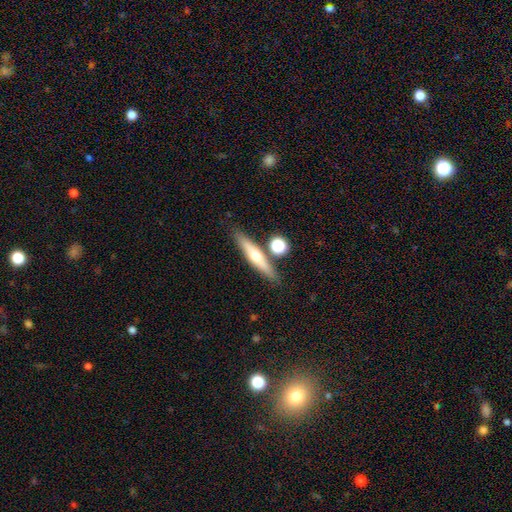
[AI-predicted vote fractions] smooth-or-featured: featured or disk: 50% | smooth: 43% | star or artifact: 7%
  disk-edge-on: yes: 92% | no: 8%
  merging: none: 79% | minor disturbance: 10% | merger: 9% | major disturbance: 3%